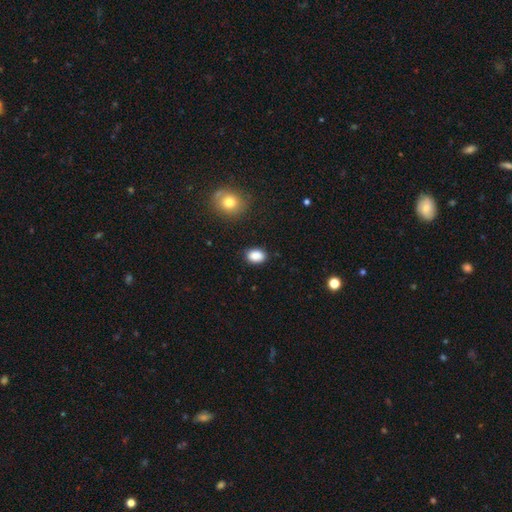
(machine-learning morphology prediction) Smooth or featured? smooth (87%)
How rounded? in between (77%)
Merging? none (82%)